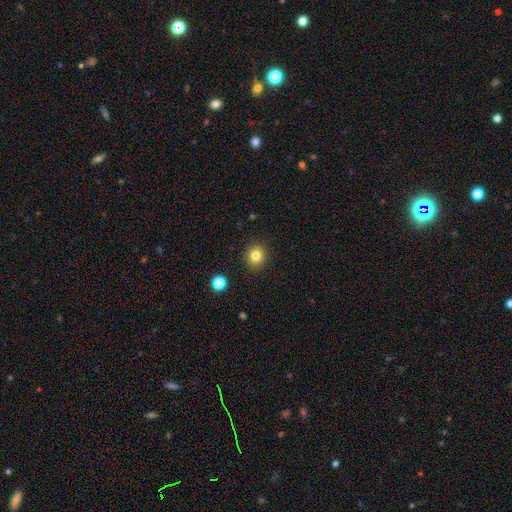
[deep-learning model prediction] A smooth galaxy with no disk features (81%) that is round (84%). Merging: none (91%).